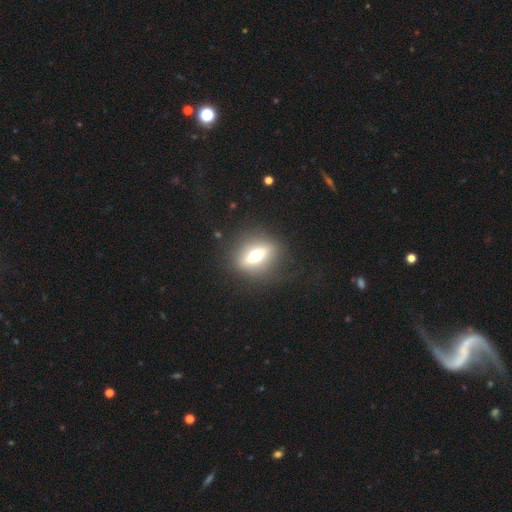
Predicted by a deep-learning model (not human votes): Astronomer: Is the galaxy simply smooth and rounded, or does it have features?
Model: featured or disk — 50% (runner-up: smooth, 40%).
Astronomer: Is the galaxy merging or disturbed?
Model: none — 83%.